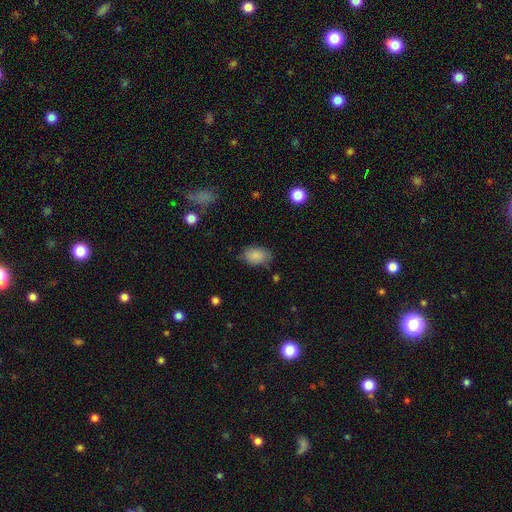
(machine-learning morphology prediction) Smooth or featured?
  - smooth: 87% *
  - star or artifact: 8%
  - featured or disk: 5%
How rounded?
  - in between: 82% *
  - round: 17%
  - cigar-shaped: 1%
Merging?
  - none: 74% *
  - minor disturbance: 20%
  - major disturbance: 5%
  - merger: 2%